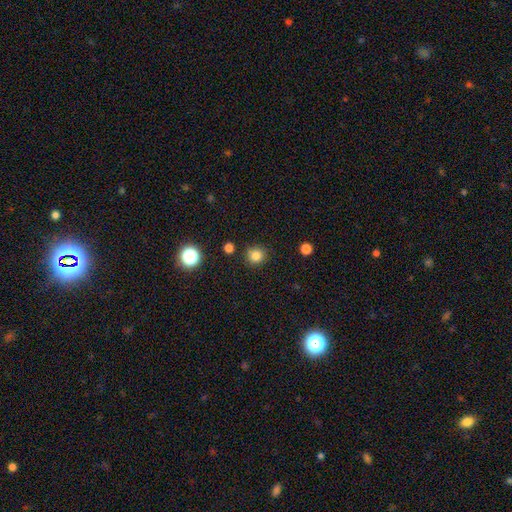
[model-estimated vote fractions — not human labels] The model was most divided on "smooth or featured": smooth: 83%, star or artifact: 13%, featured or disk: 4%. More confident: how rounded — round (90%); merging — none (85%).